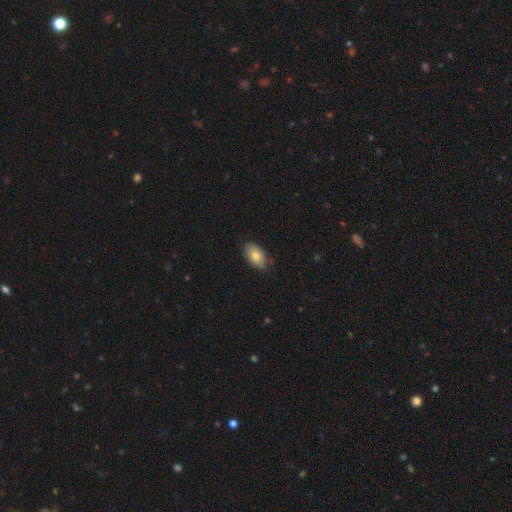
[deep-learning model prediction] smooth_or_featured: smooth (p=0.82) [alt: featured or disk p=0.12]
how_rounded: in between (p=0.94) [alt: round p=0.04]
merging: none (p=0.82) [alt: minor disturbance p=0.14]